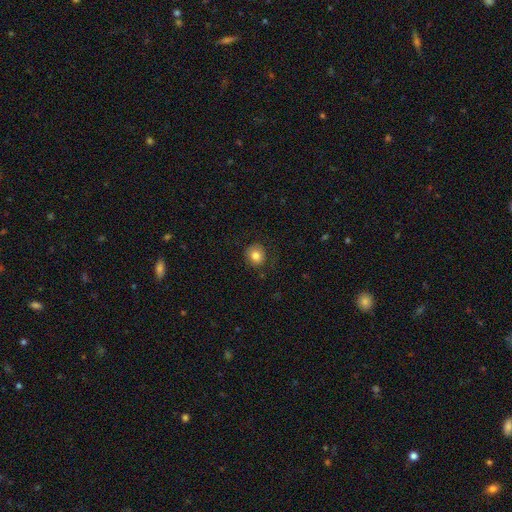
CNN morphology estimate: A smooth galaxy with no disk features (82%) that is round (87%). Merging: none (83%).